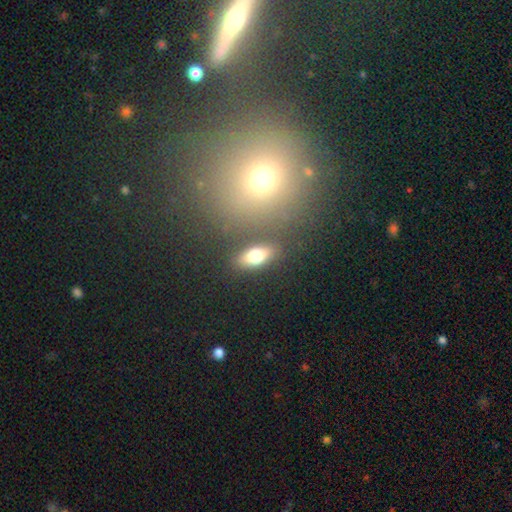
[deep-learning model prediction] Morphology: type=smooth (71%); roundness=in between (80%); merging=none (83%).